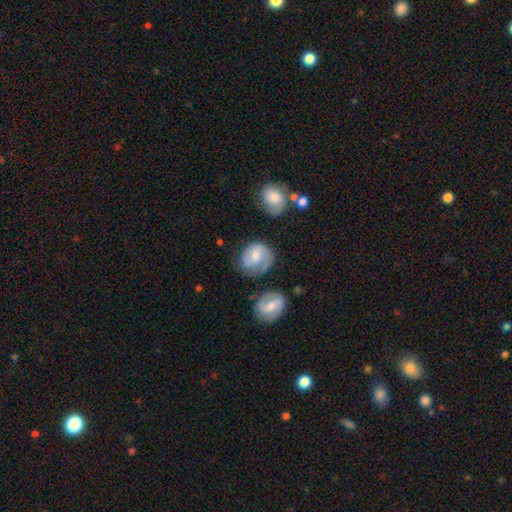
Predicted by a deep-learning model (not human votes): featured or disk 51%, smooth 42%, star or artifact 7%. Down the decision tree: edge-on disk — no (97%); merging — none (62%).